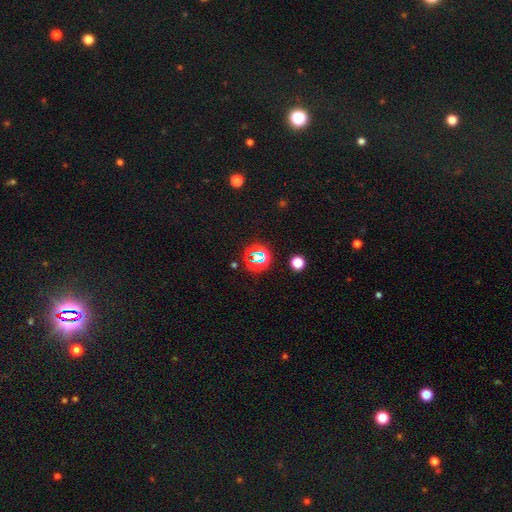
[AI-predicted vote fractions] This appears to be a star or artifact, not a galaxy (66%).